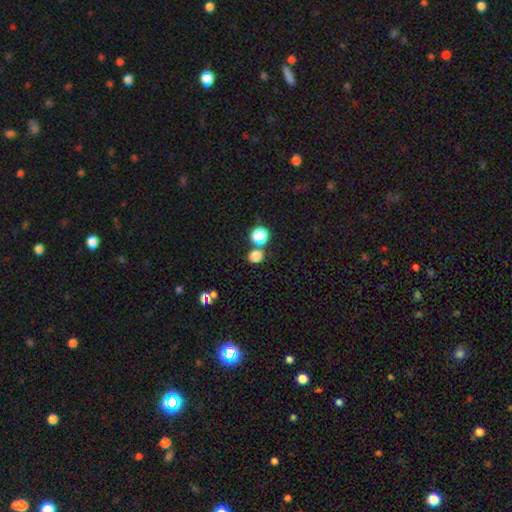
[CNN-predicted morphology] Smooth or featured? smooth (78%)
How rounded? round (75%)
Merging? none (70%)